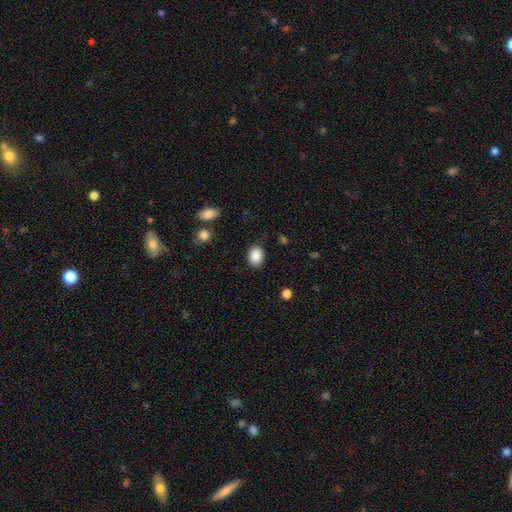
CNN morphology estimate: Smooth or featured? Predicted: smooth (p=0.88). How rounded? Predicted: in between (p=0.69). Merging? Predicted: none (p=0.82).